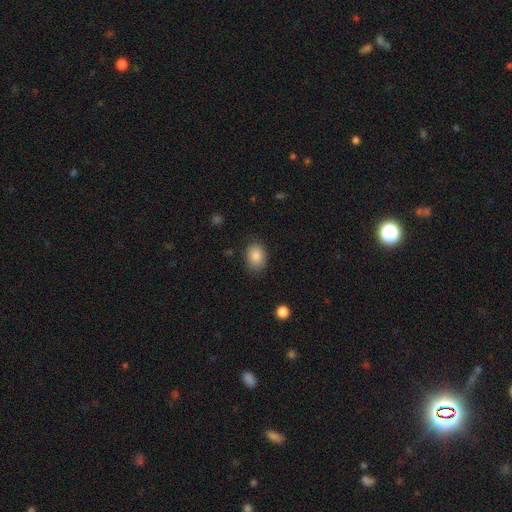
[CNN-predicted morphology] smooth_or_featured: smooth (p=0.86) [alt: star or artifact p=0.08]
how_rounded: in between (p=0.73) [alt: round p=0.26]
merging: none (p=0.82) [alt: minor disturbance p=0.13]